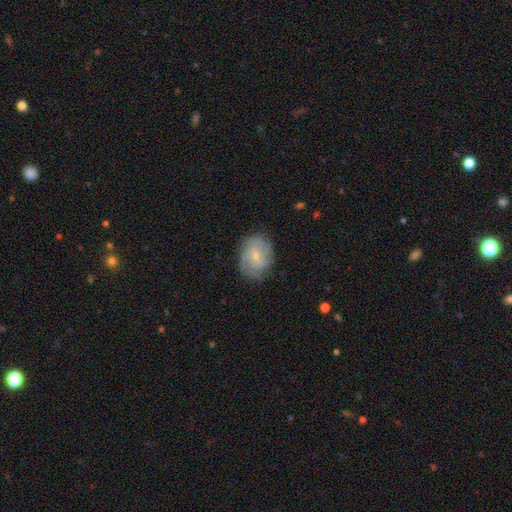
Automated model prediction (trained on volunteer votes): A featured or disk galaxy (55%) with no bar (47%), spiral arms (80%) and a small central bulge (72%).

Vote fractions:
- Smooth or featured? featured or disk: 55% / smooth: 38% / star or artifact: 7%
- Edge-on disk? no: 96% / yes: 4%
- Bar? no: 47% / weak: 45% / strong: 8%
- Spiral arms? yes: 80% / no: 20%
- Bulge size? small: 72% / moderate: 23% / none: 3% / large: 1% / dominant: 1%
- Merging? none: 76% / minor disturbance: 18% / major disturbance: 6% / merger: 1%